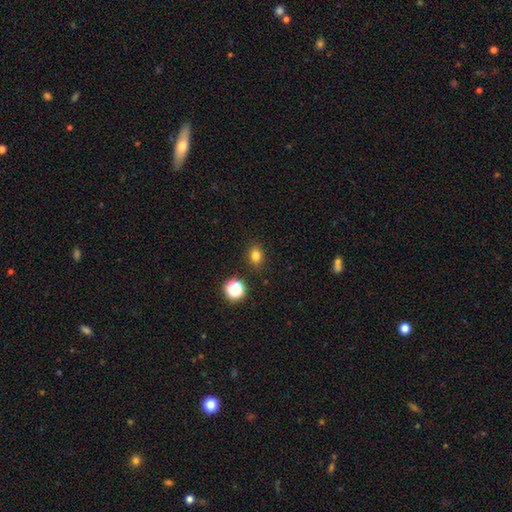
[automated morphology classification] Smooth or featured? Predicted: smooth (p=0.78). How rounded? Predicted: round (p=0.52). Merging? Predicted: none (p=0.87).